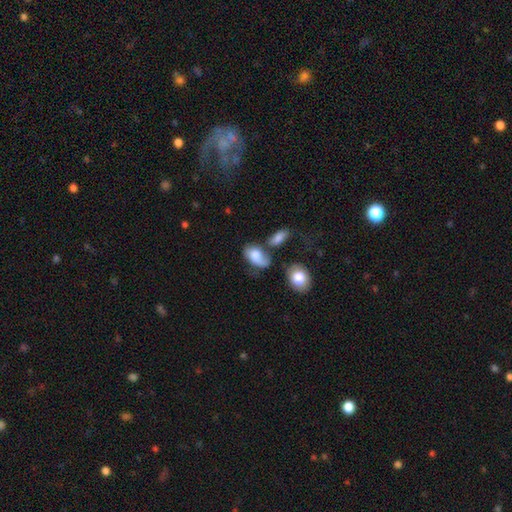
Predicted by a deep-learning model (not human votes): Q: Smooth or featured?
A: smooth (67%); runner-up: featured or disk (25%)
Q: How rounded?
A: in between (87%); runner-up: round (11%)
Q: Merging?
A: none (32%); runner-up: minor disturbance (26%)